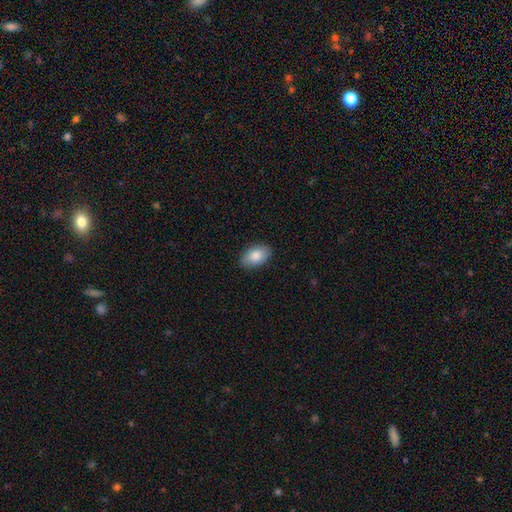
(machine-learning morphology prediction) A smooth galaxy with no disk features (85%) that is in between round and cigar-shaped (92%).

Vote fractions:
- Smooth or featured? smooth: 85% / featured or disk: 9% / star or artifact: 6%
- How rounded? in between: 92% / round: 7% / cigar-shaped: 1%
- Merging? none: 87% / minor disturbance: 10% / major disturbance: 2% / merger: 1%